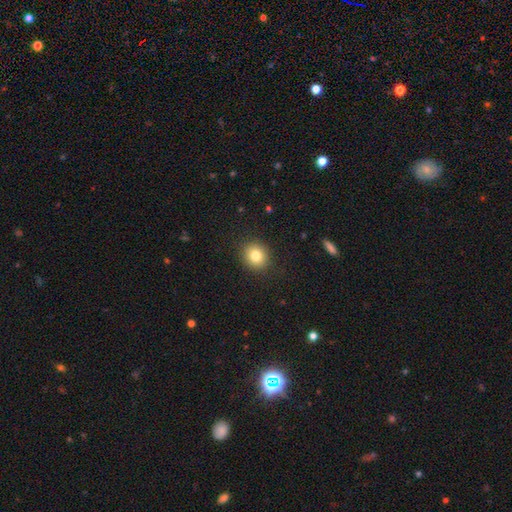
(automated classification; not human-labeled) Q: Smooth or featured?
A: smooth (81%); runner-up: star or artifact (11%)
Q: How rounded?
A: round (83%); runner-up: in between (16%)
Q: Merging?
A: none (90%); runner-up: minor disturbance (6%)